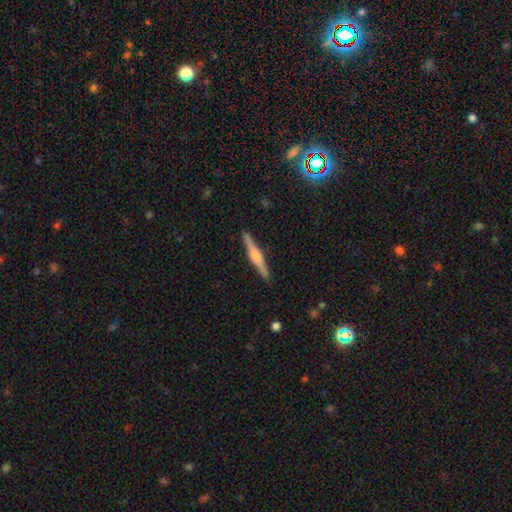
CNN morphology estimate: This is likely a featured or disk galaxy (71%). It is clearly viewed edge-on (98%). Edge-on bulge: likely rounded (69%). Merging: clearly none (91%).